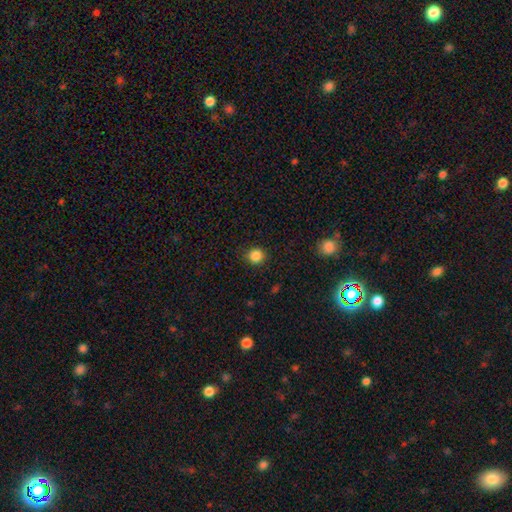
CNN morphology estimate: Smooth or featured? Predicted: smooth (p=0.85). How rounded? Predicted: round (p=0.90). Merging? Predicted: none (p=0.88).